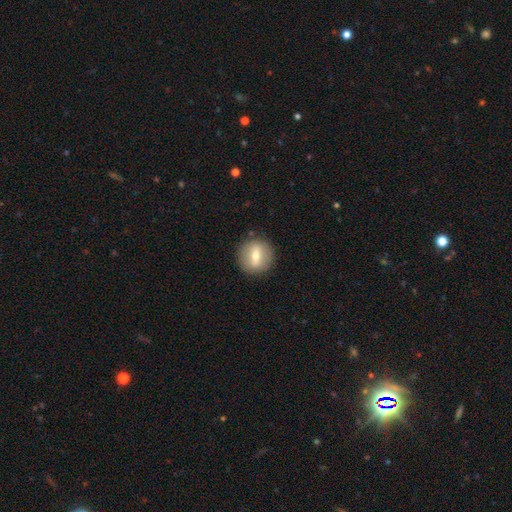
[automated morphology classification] Smooth or featured?
  - smooth: 55% *
  - featured or disk: 37%
  - star or artifact: 8%
How rounded?
  - round: 87% *
  - in between: 11%
  - cigar-shaped: 2%
Merging?
  - none: 88% *
  - minor disturbance: 8%
  - major disturbance: 3%
  - merger: 1%